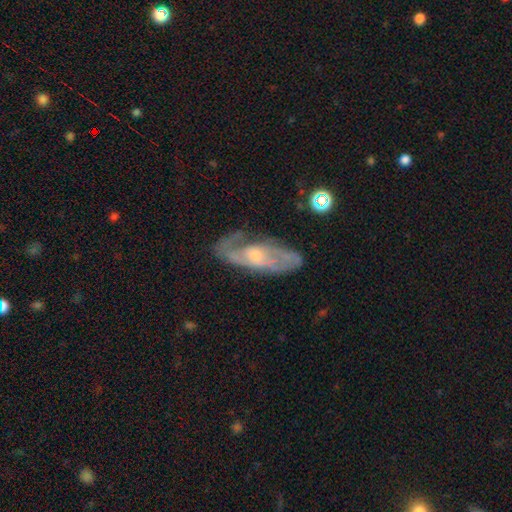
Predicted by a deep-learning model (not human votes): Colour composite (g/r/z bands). It shows a featured or disk galaxy (76%) with no bar (64%), 2 (47%) tight (42%) spiral arms (82%) and a small central bulge (56%). Merging: none (64%).